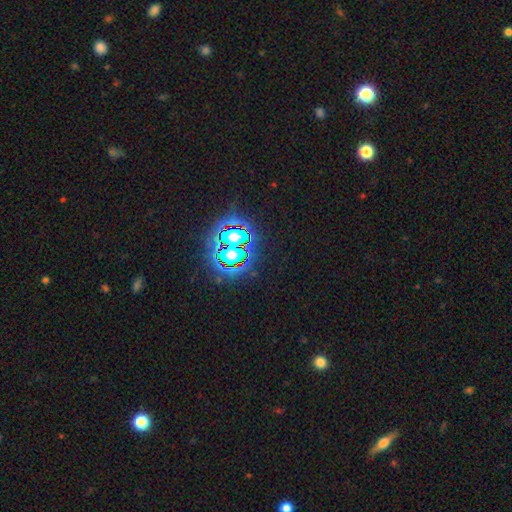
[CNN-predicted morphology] smooth_or_featured: star or artifact (p=0.80) [alt: smooth p=0.12]